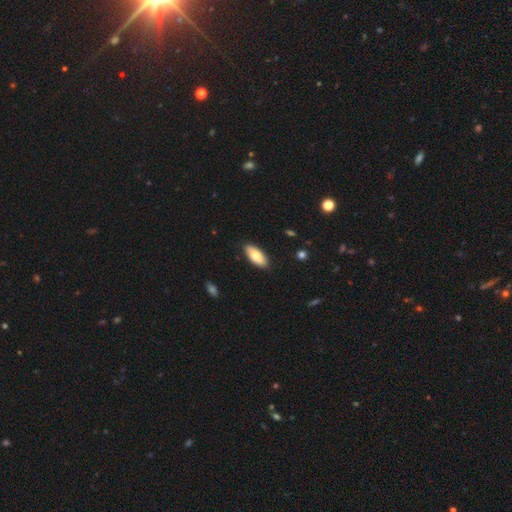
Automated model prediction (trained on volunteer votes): Smooth or featured? smooth (74%)
How rounded? in between (87%)
Merging? none (89%)